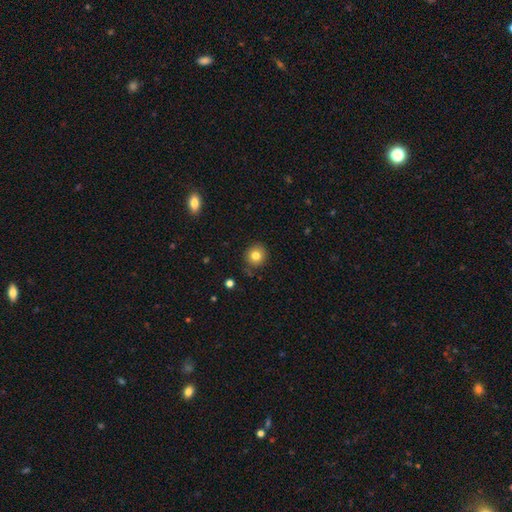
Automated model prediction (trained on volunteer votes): A smooth galaxy with no disk features (80%) that is round (85%). Merging: none (84%).